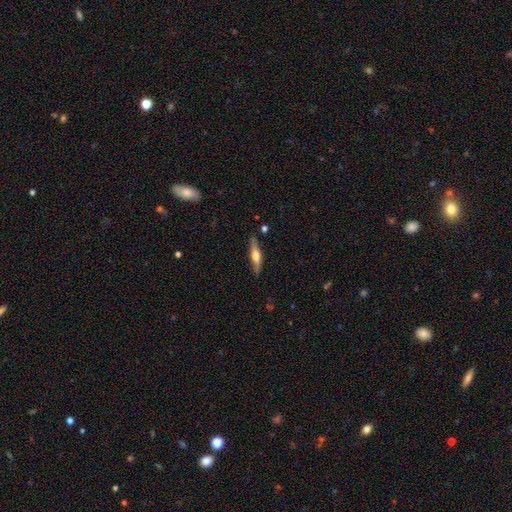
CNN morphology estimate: The model was most divided on "smooth or featured": featured or disk: 53%, smooth: 41%, star or artifact: 6%. More confident: edge-on disk — yes (94%); edge-on bulge — rounded (88%); merging — none (85%).